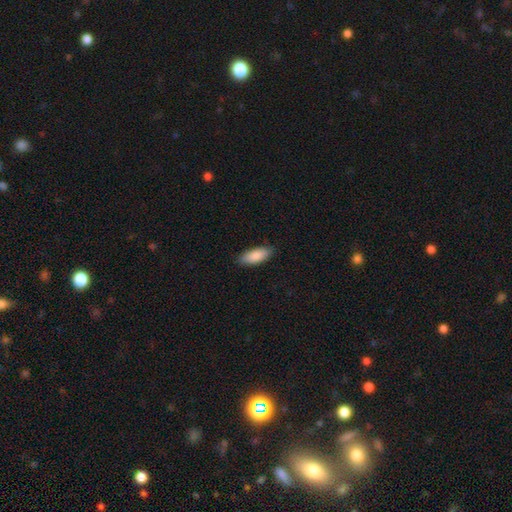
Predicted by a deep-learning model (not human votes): smooth-or-featured: smooth: 88% | featured or disk: 7% | star or artifact: 6%
  how-rounded: in between: 78% | cigar-shaped: 20% | round: 2%
  merging: none: 87% | minor disturbance: 10% | major disturbance: 2% | merger: 1%